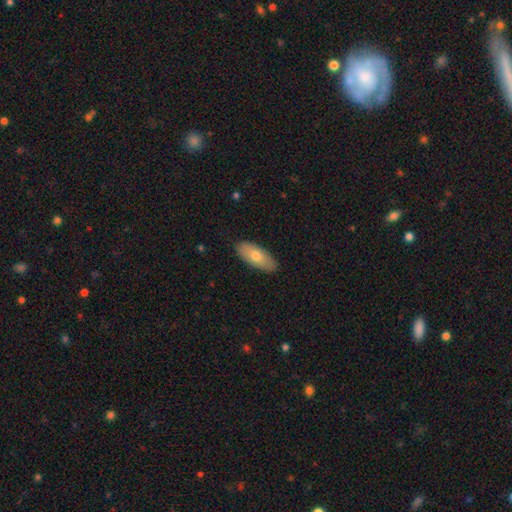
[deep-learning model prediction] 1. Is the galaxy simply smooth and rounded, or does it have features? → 71% smooth, 23% featured or disk, 6% star or artifact.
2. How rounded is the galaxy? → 84% in between, 14% cigar-shaped, 2% round.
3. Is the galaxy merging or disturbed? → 88% none, 9% minor disturbance, 2% major disturbance, 1% merger.